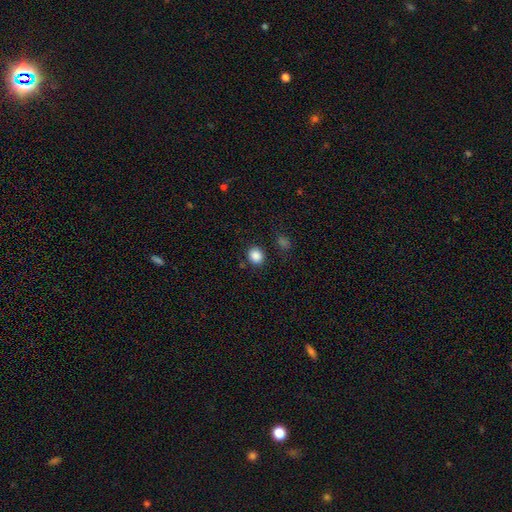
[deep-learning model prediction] This appears to be a smooth galaxy with no disk features (87%) that is round (72%). Merging: none (85%).